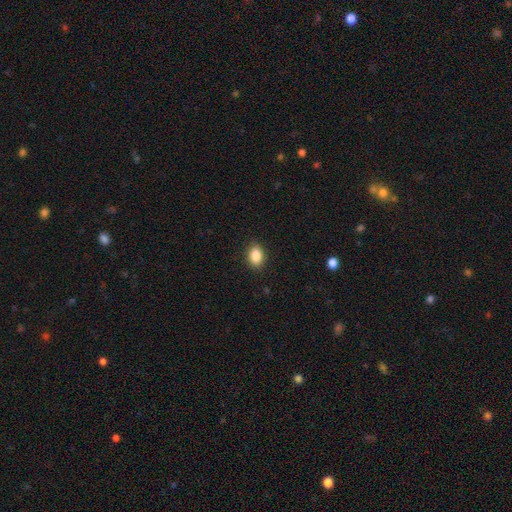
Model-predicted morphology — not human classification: smooth-or-featured: smooth: 87% | star or artifact: 8% | featured or disk: 5%
  how-rounded: in between: 80% | round: 19% | cigar-shaped: 1%
  merging: none: 89% | minor disturbance: 8% | major disturbance: 2% | merger: 1%